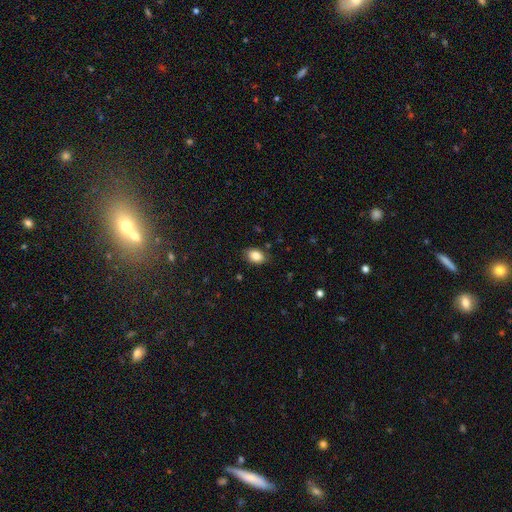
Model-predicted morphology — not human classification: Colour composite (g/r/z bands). It shows a smooth galaxy with no disk features (85%) that is in between round and cigar-shaped (85%). Merging: none (82%).